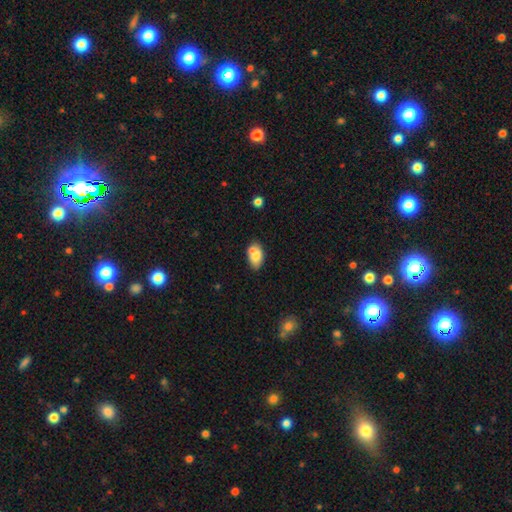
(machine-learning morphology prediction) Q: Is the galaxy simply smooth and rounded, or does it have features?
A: smooth — 75%.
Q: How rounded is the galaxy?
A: in between — 91%.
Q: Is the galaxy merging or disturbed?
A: none — 58%.